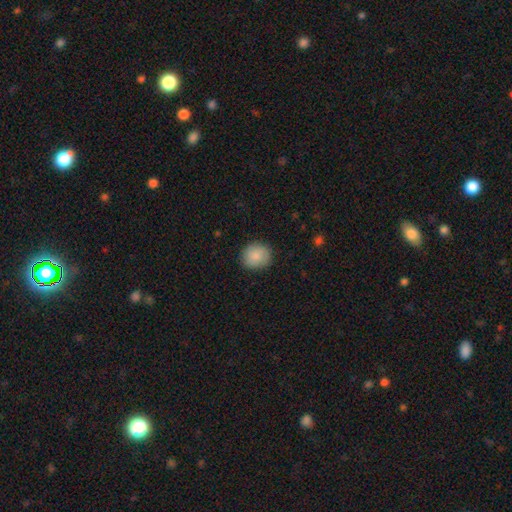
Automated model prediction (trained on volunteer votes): Morphology: type=smooth (87%); roundness=round (79%); merging=none (87%).